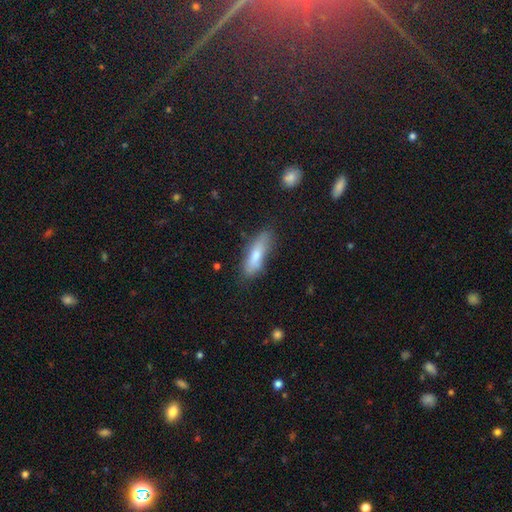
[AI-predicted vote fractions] This is likely a smooth galaxy (70%). How rounded: possibly cigar-shaped (51%). Merging: likely none (71%).